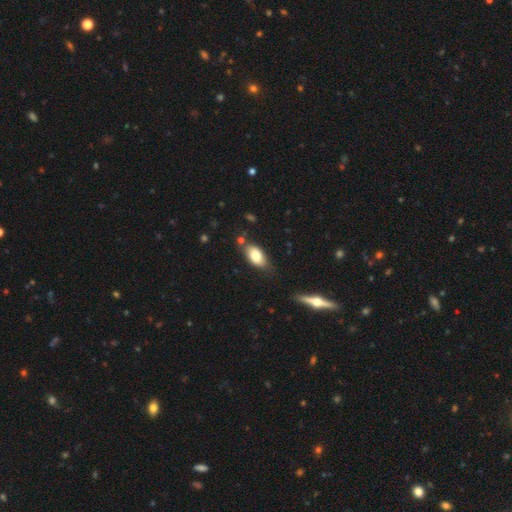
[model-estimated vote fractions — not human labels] The model was most divided on "merging": none: 72%, minor disturbance: 19%, merger: 5%, major disturbance: 4%. More confident: how rounded — in between (91%); smooth or featured — smooth (77%).